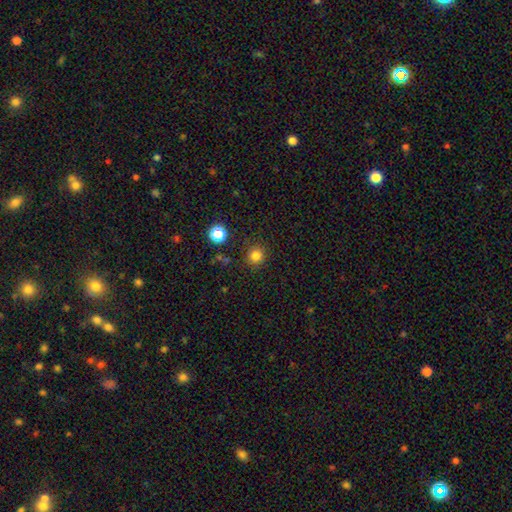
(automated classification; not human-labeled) Overall: smooth (81%). How rounded: round (92%). Merging: none (88%).